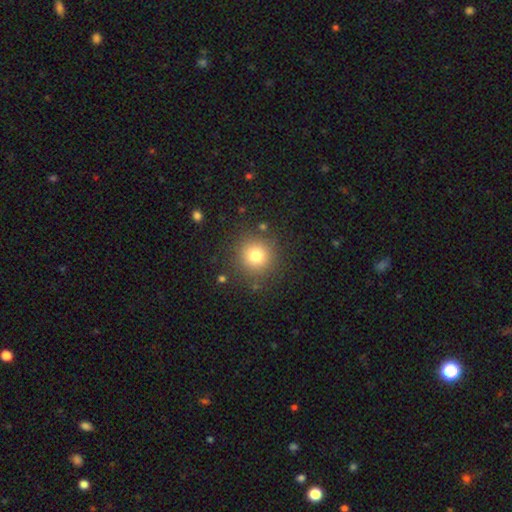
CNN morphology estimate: smooth-or-featured: smooth: 77% | star or artifact: 14% | featured or disk: 9%
  how-rounded: round: 94% | in between: 5% | cigar-shaped: 1%
  merging: none: 87% | minor disturbance: 7% | major disturbance: 3% | merger: 2%